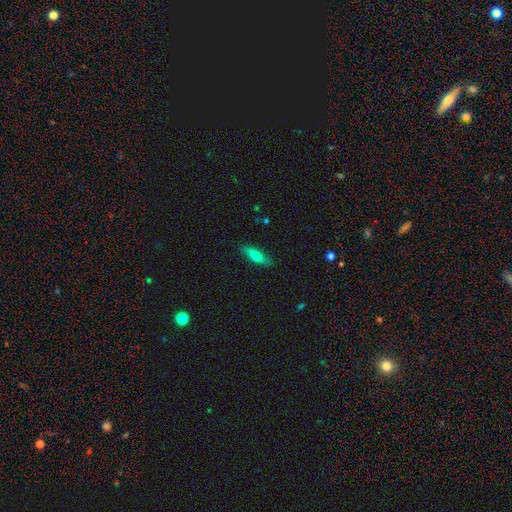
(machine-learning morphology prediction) This appears to be a smooth galaxy with no disk features (75%) that is cigar-shaped (51%). Merging: none (80%).